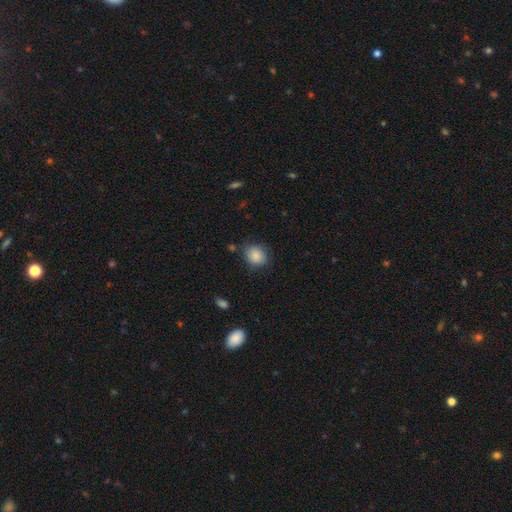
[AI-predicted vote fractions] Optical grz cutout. It shows a smooth galaxy with no disk features (86%) that is round (65%). Merging: none (76%).